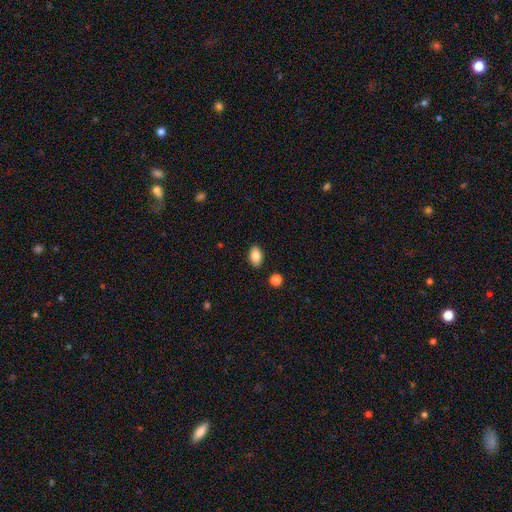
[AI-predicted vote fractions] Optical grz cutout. It shows a smooth galaxy with no disk features (85%) that is in between round and cigar-shaped (89%). Merging: none (88%).